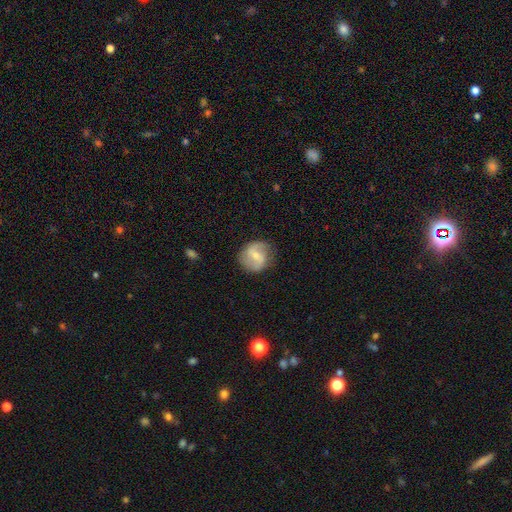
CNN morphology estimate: Smooth or featured? Predicted: featured or disk (p=0.66). Edge-on disk? Predicted: no (p=0.97). Bar? Predicted: weak (p=0.51). Spiral arms? Predicted: yes (p=0.88). Spiral winding? Predicted: loose (p=0.42, tied with medium). Spiral arm count? Predicted: 2 (p=0.87). Bulge size? Predicted: small (p=0.56). Merging? Predicted: none (p=0.79).